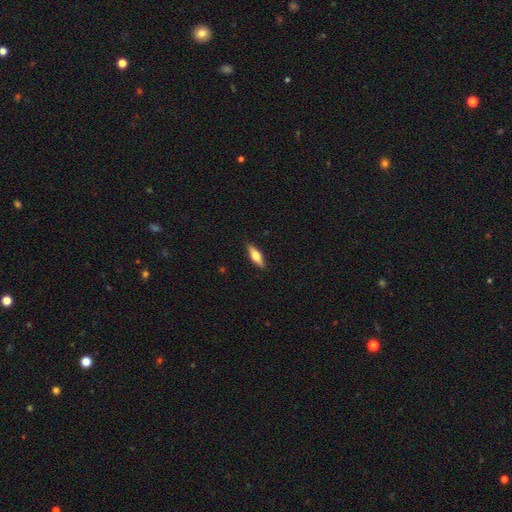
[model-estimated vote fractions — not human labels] Smooth or featured?
  - smooth: 60% *
  - featured or disk: 34%
  - star or artifact: 6%
How rounded?
  - in between: 52% *
  - cigar-shaped: 45%
  - round: 2%
Merging?
  - none: 89% *
  - minor disturbance: 8%
  - major disturbance: 2%
  - merger: 1%